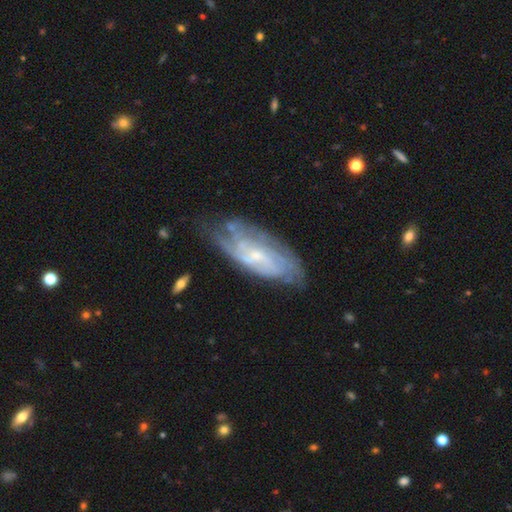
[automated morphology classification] Smooth or featured?
  - featured or disk: 75% *
  - smooth: 18%
  - star or artifact: 7%
Edge-on disk?
  - no: 89% *
  - yes: 11%
Bar?
  - no: 55% *
  - weak: 38%
  - strong: 8%
Spiral arms?
  - yes: 85% *
  - no: 15%
Spiral winding?
  - tight: 57% *
  - medium: 32%
  - loose: 11%
Spiral arm count?
  - can't tell: 56% *
  - 2: 16%
  - 3: 11%
  - 4: 9%
  - more than 4: 4%
  - 1: 4%
Bulge size?
  - small: 64% *
  - moderate: 26%
  - none: 8%
  - large: 2%
  - dominant: 1%
Merging?
  - none: 63% *
  - minor disturbance: 25%
  - major disturbance: 9%
  - merger: 3%